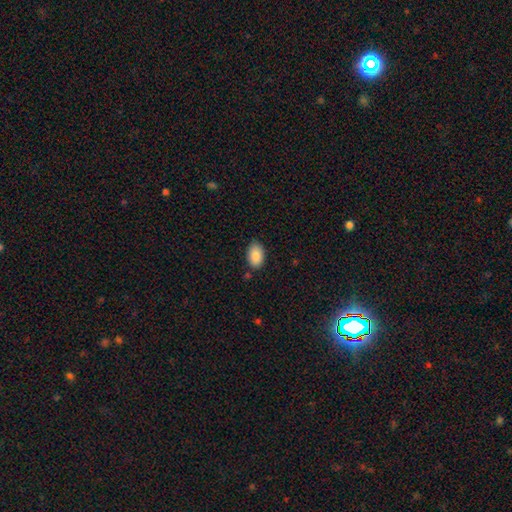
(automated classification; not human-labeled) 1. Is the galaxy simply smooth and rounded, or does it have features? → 88% smooth, 7% star or artifact, 5% featured or disk.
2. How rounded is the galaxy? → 93% in between, 6% round, 1% cigar-shaped.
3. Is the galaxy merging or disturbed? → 82% none, 13% minor disturbance, 2% major disturbance, 2% merger.